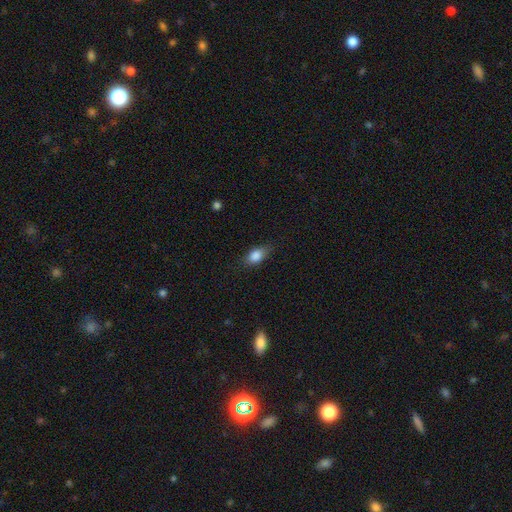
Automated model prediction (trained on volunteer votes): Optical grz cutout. It shows a smooth galaxy with no disk features (84%) that is in between round and cigar-shaped (81%). Merging: none (74%).